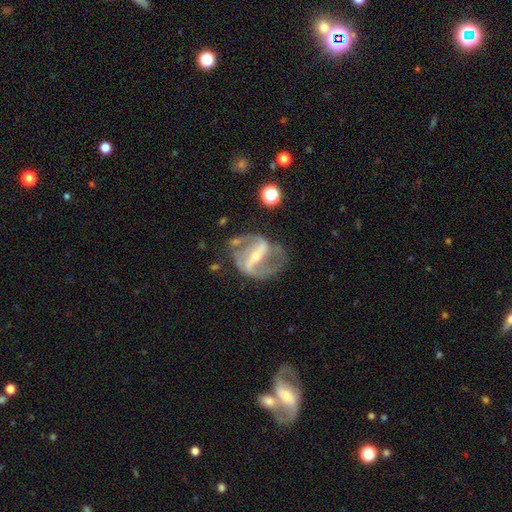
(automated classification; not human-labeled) A featured or disk galaxy (89%) with a strong bar (71%), 2 (89%) medium (51%) spiral arms (94%) and a small central bulge (63%).

Vote fractions:
- Smooth or featured? featured or disk: 89% / star or artifact: 6% / smooth: 5%
- Edge-on disk? no: 96% / yes: 4%
- Bar? strong: 71% / weak: 21% / no: 8%
- Spiral arms? yes: 94% / no: 6%
- Spiral winding? medium: 51% / loose: 31% / tight: 18%
- Spiral arm count? 2: 89% / can't tell: 4% / 3: 3% / 1: 2% / 4: 1% / more than 4: 1%
- Bulge size? small: 63% / moderate: 33% / none: 2% / large: 1% / dominant: 1%
- Merging? none: 66% / minor disturbance: 18% / major disturbance: 12% / merger: 3%